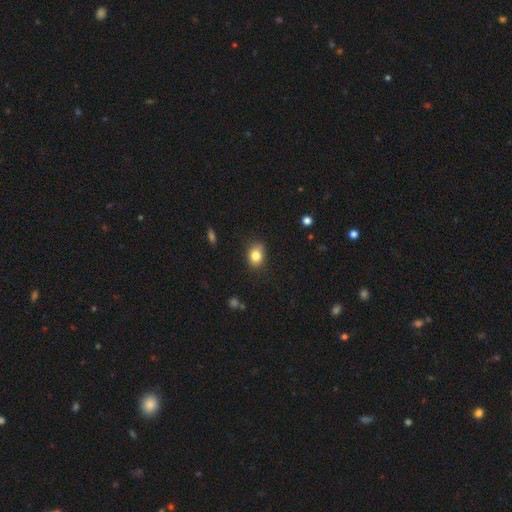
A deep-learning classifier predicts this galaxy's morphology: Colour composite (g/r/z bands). It shows a smooth galaxy with no disk features (82%) that is in between round and cigar-shaped (57%). Merging: none (76%).